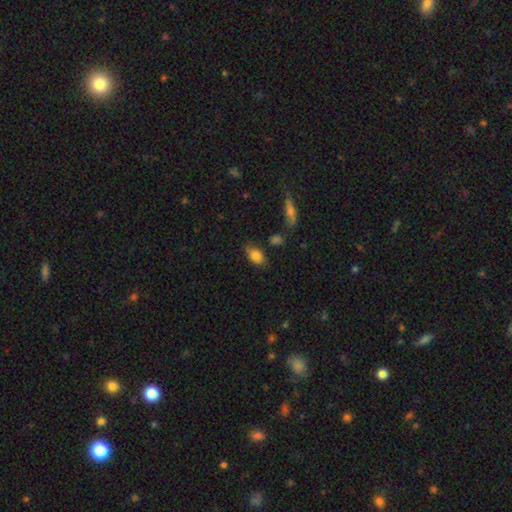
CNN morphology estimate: Smooth or featured? Predicted: smooth (p=0.82). How rounded? Predicted: in between (p=0.81). Merging? Predicted: none (p=0.63).